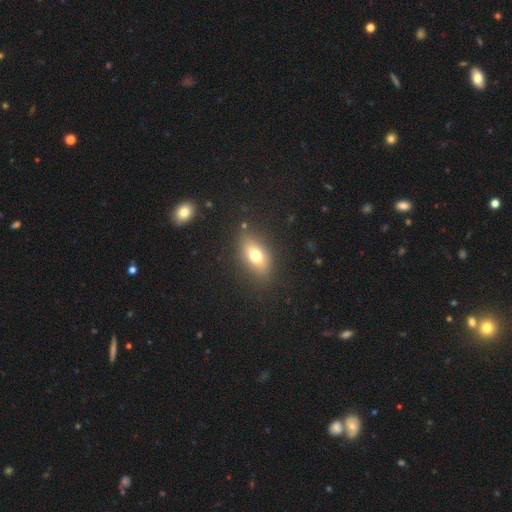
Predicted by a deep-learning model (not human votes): This appears to be a smooth galaxy with no disk features (71%) that is in between round and cigar-shaped (81%). Merging: none (83%).